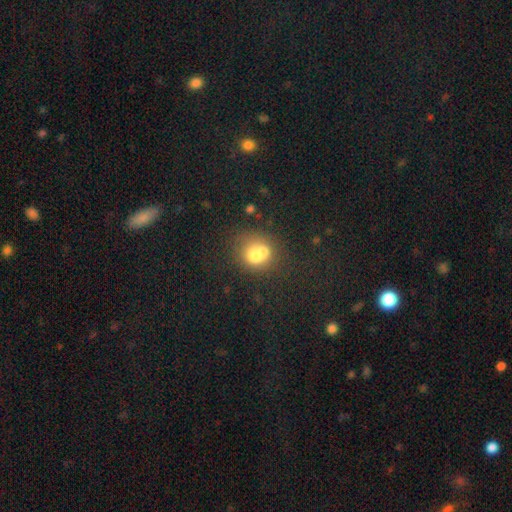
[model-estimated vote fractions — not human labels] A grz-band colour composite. It shows a smooth galaxy with no disk features (67%) that is round (72%). Merging: merger (45%).